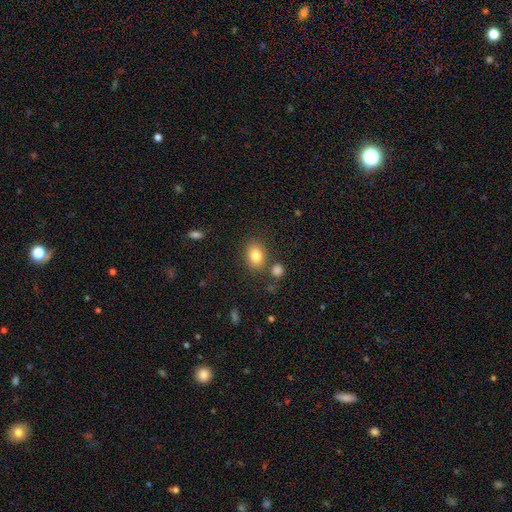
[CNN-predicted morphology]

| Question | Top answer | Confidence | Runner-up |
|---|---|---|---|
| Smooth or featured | smooth | 81% | star or artifact (10%) |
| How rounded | in between | 70% | round (29%) |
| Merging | none | 77% | minor disturbance (11%) |